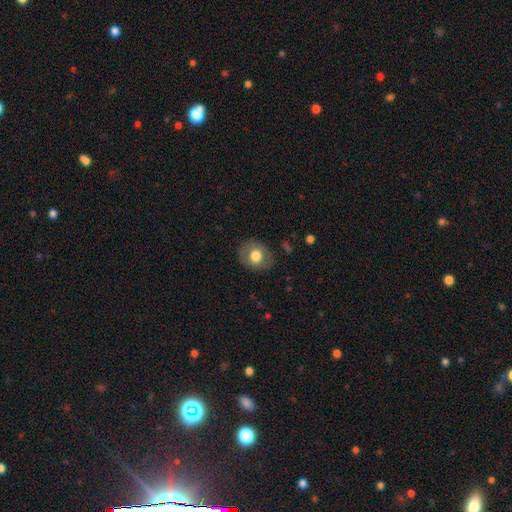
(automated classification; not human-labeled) smooth_or_featured: smooth (p=0.68) [alt: featured or disk p=0.24]
how_rounded: round (p=0.67) [alt: in between p=0.32]
merging: none (p=0.84) [alt: minor disturbance p=0.11]